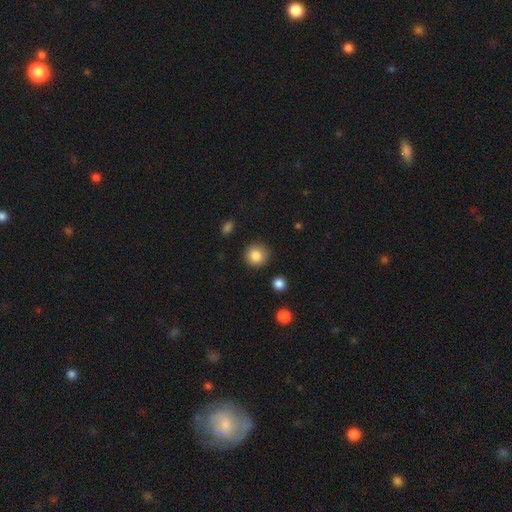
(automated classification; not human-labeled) Overall: smooth (85%). How rounded: round (91%). Merging: none (88%).